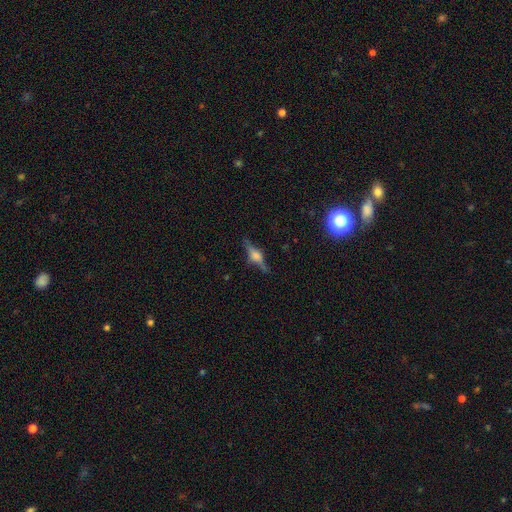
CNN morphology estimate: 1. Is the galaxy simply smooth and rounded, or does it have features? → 70% featured or disk, 21% smooth, 9% star or artifact.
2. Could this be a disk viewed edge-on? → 96% yes, 4% no.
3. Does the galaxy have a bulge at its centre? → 84% rounded, 13% boxy, 2% none.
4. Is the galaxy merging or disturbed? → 80% none, 14% minor disturbance, 4% major disturbance, 2% merger.